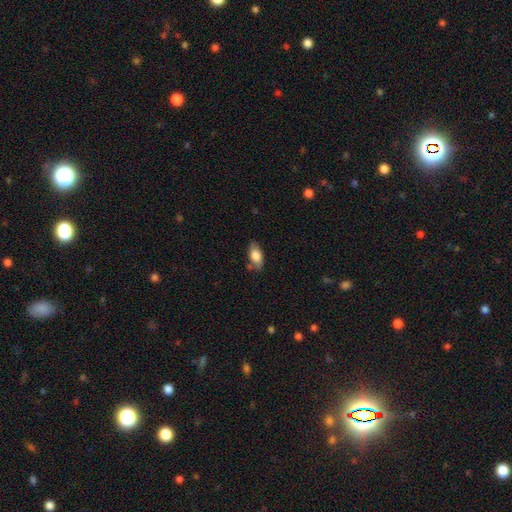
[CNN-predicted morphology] smooth_or_featured: smooth (p=0.78) [alt: featured or disk p=0.15]
how_rounded: in between (p=0.87) [alt: cigar-shaped p=0.09]
merging: none (p=0.73) [alt: minor disturbance p=0.19]